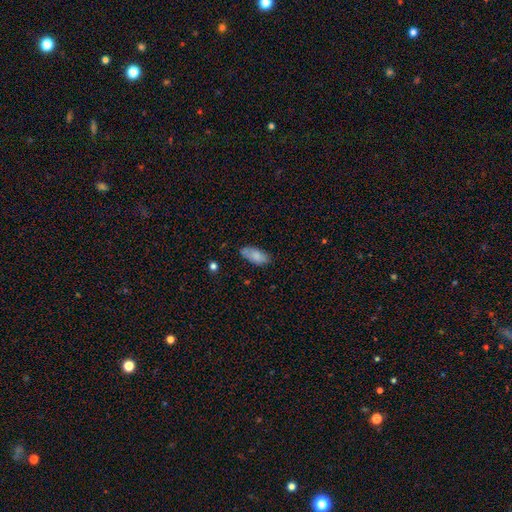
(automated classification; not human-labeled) Smooth or featured?
  - smooth: 81% *
  - featured or disk: 12%
  - star or artifact: 7%
How rounded?
  - in between: 88% *
  - cigar-shaped: 9%
  - round: 2%
Merging?
  - none: 71% *
  - minor disturbance: 22%
  - major disturbance: 4%
  - merger: 3%